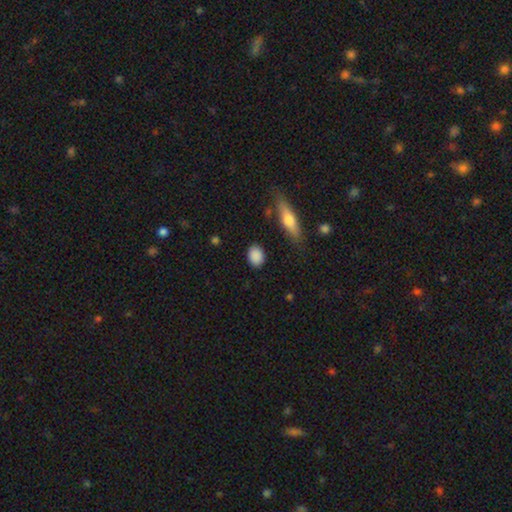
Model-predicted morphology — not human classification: type=smooth (87%); roundness=in between (56%); merging=none (86%).